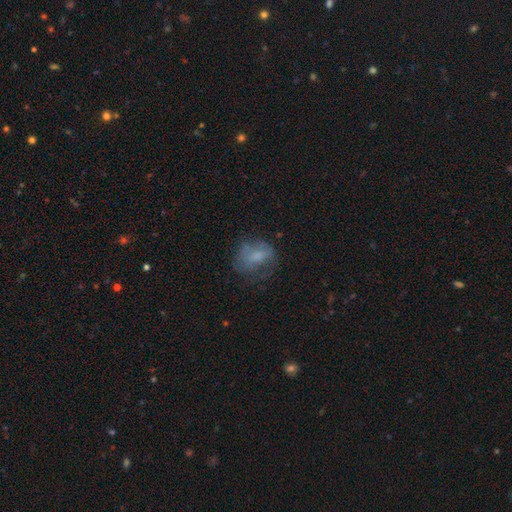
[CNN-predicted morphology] type=smooth (55%); roundness=in between (57%); merging=none (48%).